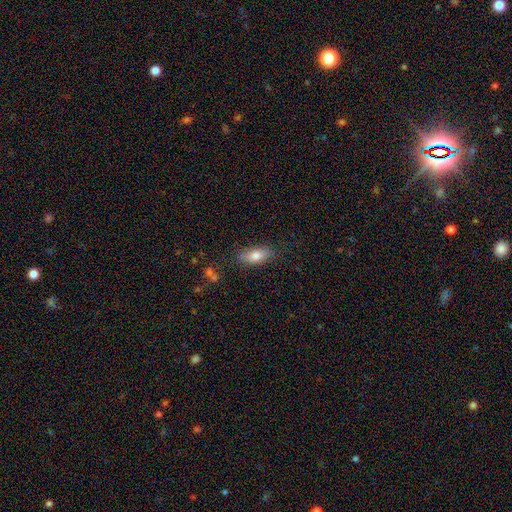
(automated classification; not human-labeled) A smooth galaxy with no disk features (78%) that is in between round and cigar-shaped (80%).

Vote fractions:
- Smooth or featured? smooth: 78% / featured or disk: 14% / star or artifact: 7%
- How rounded? in between: 80% / cigar-shaped: 16% / round: 3%
- Merging? none: 80% / minor disturbance: 15% / major disturbance: 4% / merger: 2%